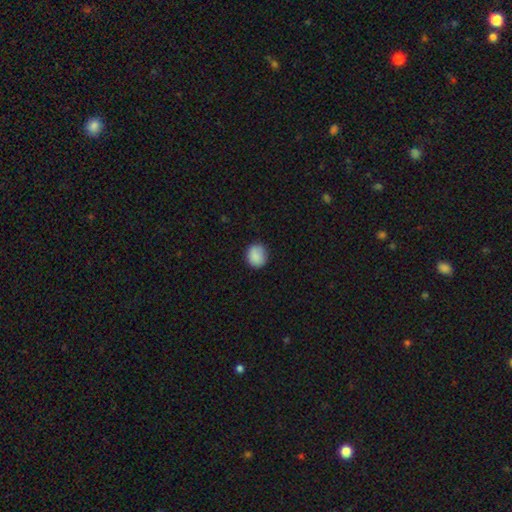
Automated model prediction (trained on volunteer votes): smooth-or-featured: smooth: 88% | star or artifact: 8% | featured or disk: 4%
  how-rounded: round: 78% | in between: 21% | cigar-shaped: 1%
  merging: none: 84% | minor disturbance: 13% | major disturbance: 3% | merger: 1%